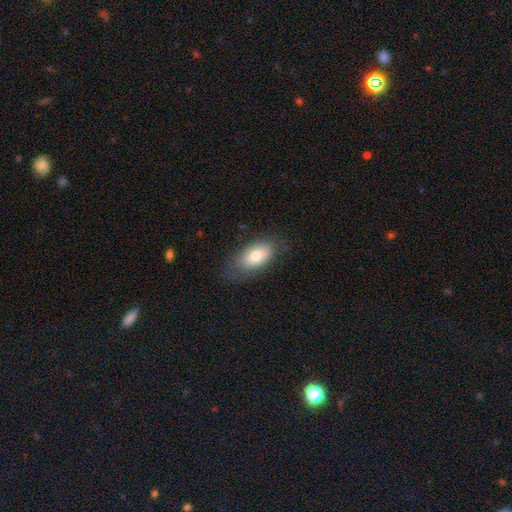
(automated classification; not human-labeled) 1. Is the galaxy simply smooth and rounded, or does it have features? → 74% smooth, 18% featured or disk, 7% star or artifact.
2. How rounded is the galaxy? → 90% in between, 5% round, 5% cigar-shaped.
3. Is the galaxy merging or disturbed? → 69% none, 23% minor disturbance, 7% major disturbance, 1% merger.